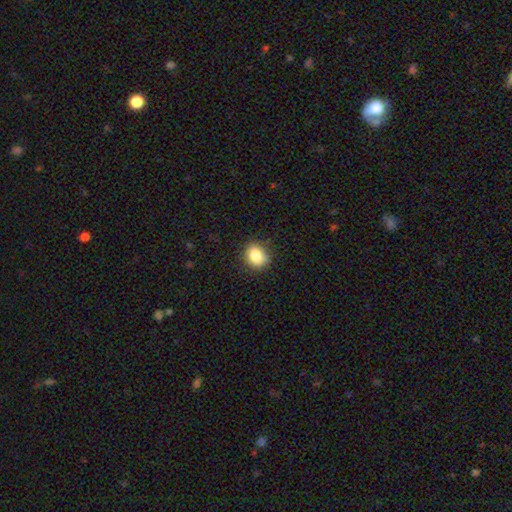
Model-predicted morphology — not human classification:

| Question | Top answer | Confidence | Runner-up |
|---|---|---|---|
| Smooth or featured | smooth | 85% | star or artifact (10%) |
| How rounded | round | 54% | in between (45%) |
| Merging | none | 84% | minor disturbance (13%) |